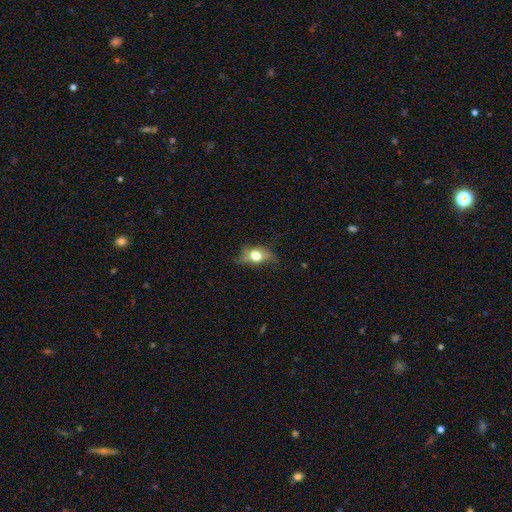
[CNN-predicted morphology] Overall: smooth (53%; featured or disk 34%). How rounded: in between (63%; round 30%). Merging: none (55%; minor disturbance 25%).